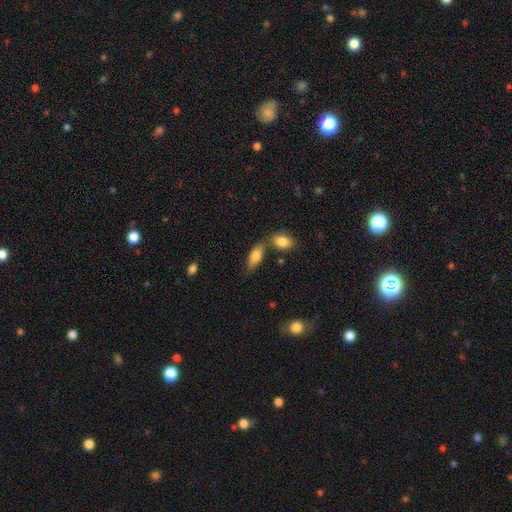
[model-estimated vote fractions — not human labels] smooth-or-featured: smooth: 80% | featured or disk: 14% | star or artifact: 7%
  how-rounded: in between: 81% | cigar-shaped: 16% | round: 3%
  merging: none: 59% | merger: 25% | minor disturbance: 13% | major disturbance: 4%